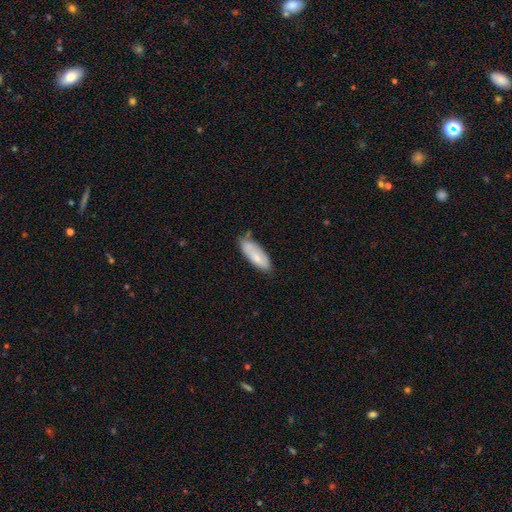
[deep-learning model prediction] Overall: smooth (73%). How rounded: in between (69%; cigar-shaped 30%). Merging: none (65%; minor disturbance 26%).